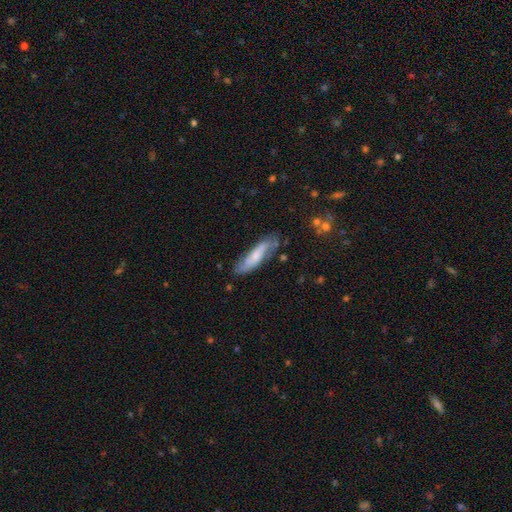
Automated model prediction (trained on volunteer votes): The model was most divided on "smooth or featured": featured or disk: 51%, smooth: 43%, star or artifact: 7%. More confident: merging — none (71%); edge-on disk — no (68%).